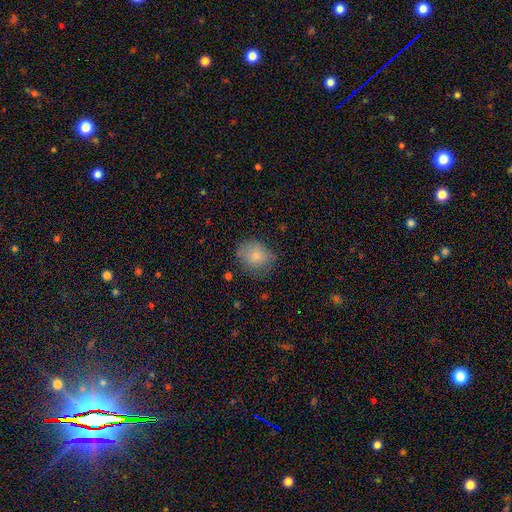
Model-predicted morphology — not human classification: Smooth or featured: smooth — 81% (featured or disk — 11%)
How rounded: round — 70% (in between — 29%)
Merging: none — 67% (minor disturbance — 24%)